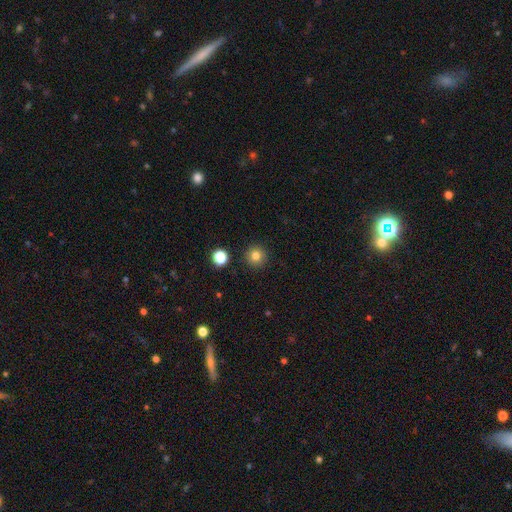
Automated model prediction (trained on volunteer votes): smooth 80%, star or artifact 13%, featured or disk 7%. Down the decision tree: how rounded — round (95%); merging — none (91%).